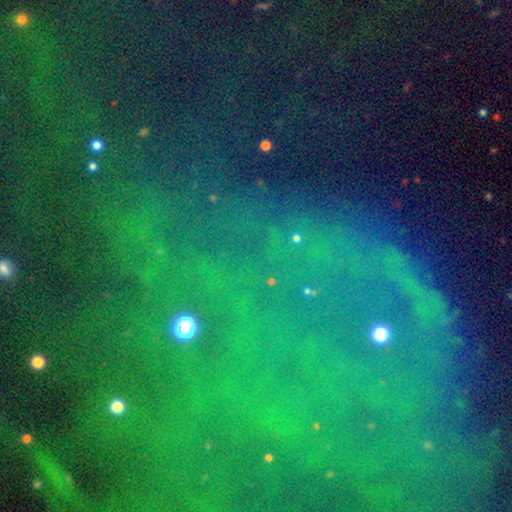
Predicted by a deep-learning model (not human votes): Morphology: type=star or artifact (77%).